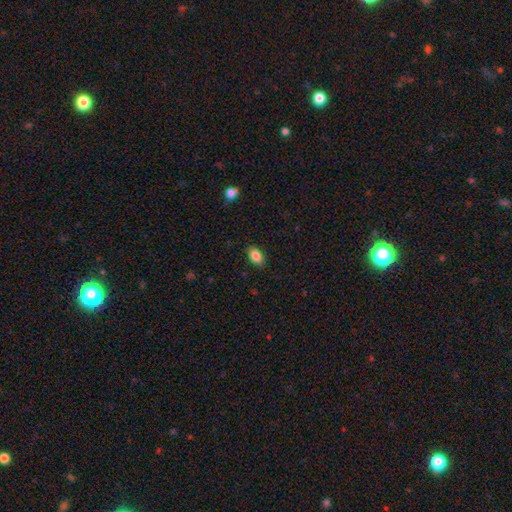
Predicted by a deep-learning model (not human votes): This is clearly a smooth galaxy (87%). How rounded: clearly in between (87%). Merging: clearly none (86%).